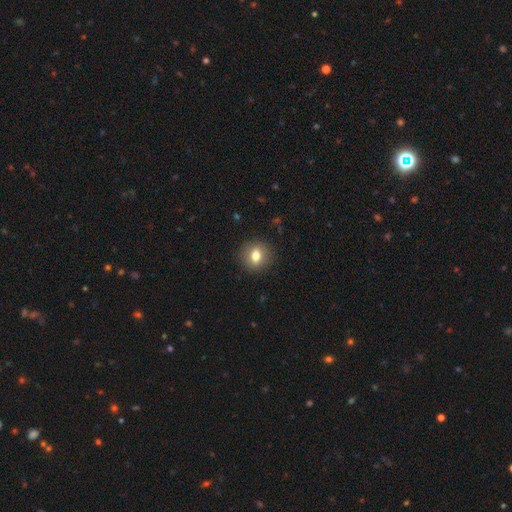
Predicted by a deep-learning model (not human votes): Smooth or featured? Predicted: smooth (p=0.73). How rounded? Predicted: round (p=0.76). Merging? Predicted: none (p=0.89).